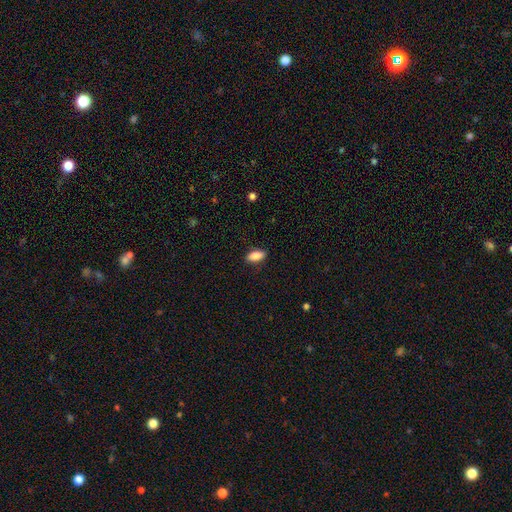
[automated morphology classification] A smooth galaxy with no disk features (86%) that is in between round and cigar-shaped (87%).

Vote fractions:
- Smooth or featured? smooth: 86% / star or artifact: 7% / featured or disk: 7%
- How rounded? in between: 87% / cigar-shaped: 10% / round: 3%
- Merging? none: 87% / minor disturbance: 10% / major disturbance: 2% / merger: 1%